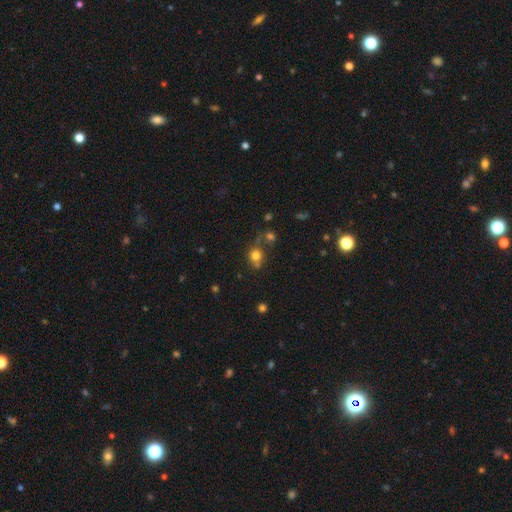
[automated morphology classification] The model was most divided on "merging": none: 56%, merger: 22%, minor disturbance: 15%, major disturbance: 7%. More confident: how rounded — round (82%); smooth or featured — smooth (75%).